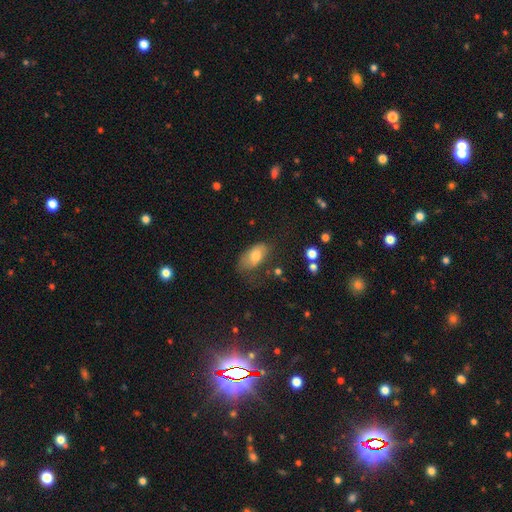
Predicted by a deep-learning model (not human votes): Smooth or featured: smooth — 74% (featured or disk — 18%)
How rounded: in between — 91% (round — 5%)
Merging: none — 45% (minor disturbance — 32%)